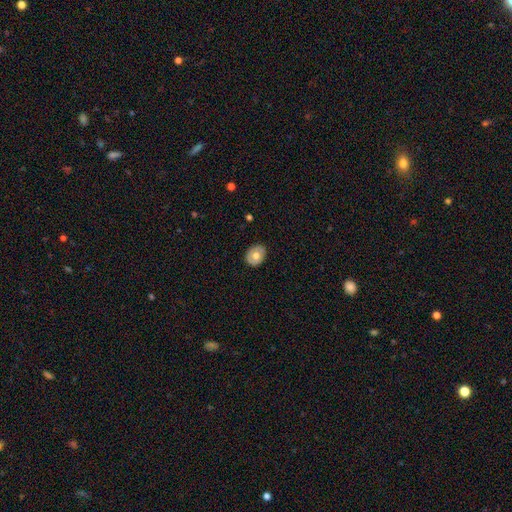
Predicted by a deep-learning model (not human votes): Smooth or featured? Predicted: smooth (p=0.62). How rounded? Predicted: round (p=0.55). Merging? Predicted: none (p=0.85).